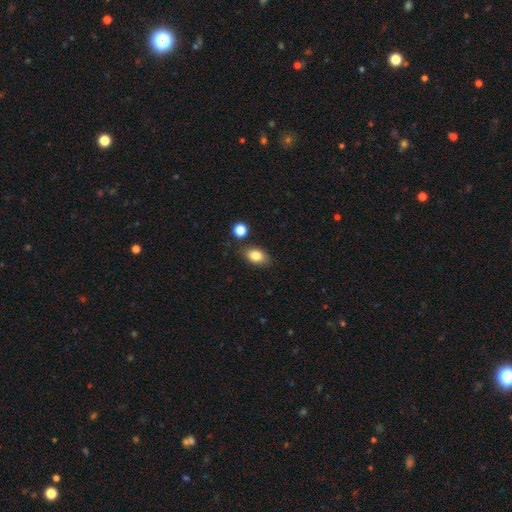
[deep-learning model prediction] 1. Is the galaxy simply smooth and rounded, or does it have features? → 82% smooth, 9% featured or disk, 9% star or artifact.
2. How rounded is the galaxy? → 82% in between, 15% round, 2% cigar-shaped.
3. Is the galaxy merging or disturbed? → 78% none, 13% minor disturbance, 5% merger, 3% major disturbance.